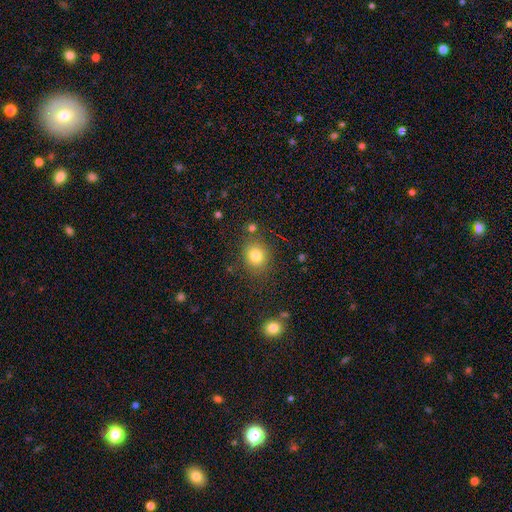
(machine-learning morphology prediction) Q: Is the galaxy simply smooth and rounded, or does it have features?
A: smooth — 81%.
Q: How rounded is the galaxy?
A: round — 75%.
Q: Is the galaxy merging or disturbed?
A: none — 81%.